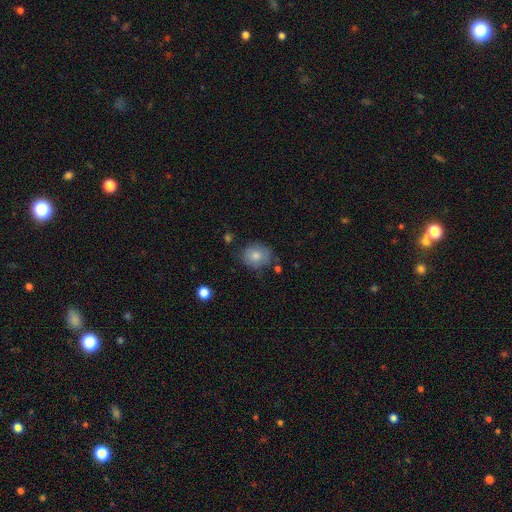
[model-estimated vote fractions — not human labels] Overall: smooth (80%). How rounded: round (65%; in between 34%). Merging: none (71%).